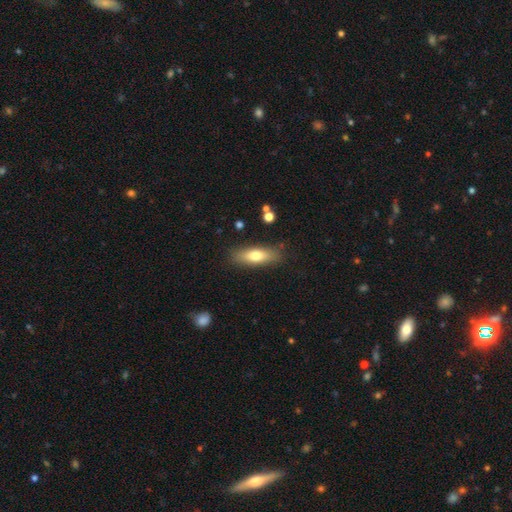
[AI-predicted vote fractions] Overall: smooth (69%). How rounded: in between (54%; cigar-shaped 43%). Merging: none (84%).